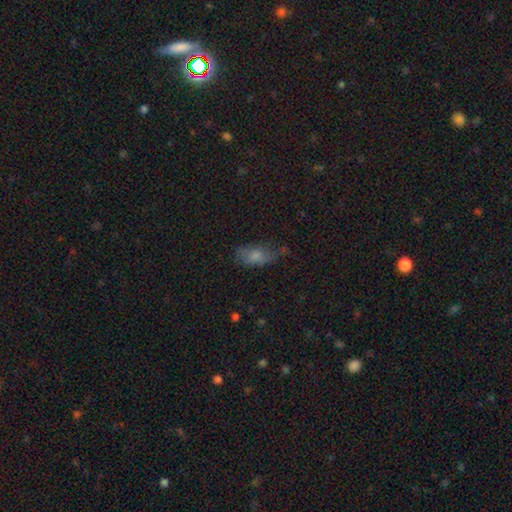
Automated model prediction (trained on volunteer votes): smooth-or-featured: smooth: 72% | featured or disk: 17% | star or artifact: 11%
  how-rounded: in between: 86% | cigar-shaped: 8% | round: 5%
  merging: none: 46% | minor disturbance: 33% | major disturbance: 17% | merger: 3%